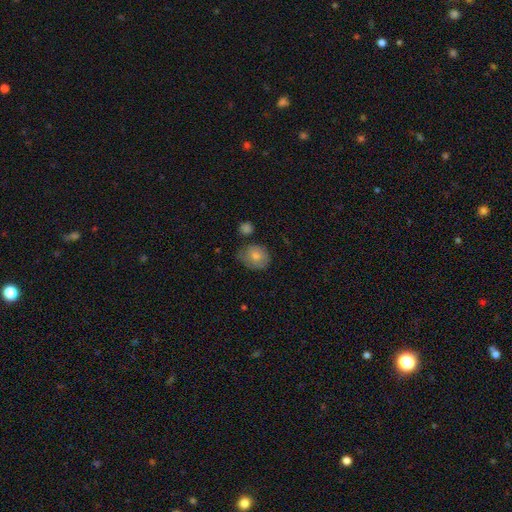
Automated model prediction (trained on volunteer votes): Smooth or featured: smooth — 62% (featured or disk — 28%)
How rounded: round — 65% (in between — 34%)
Merging: none — 62% (minor disturbance — 26%)